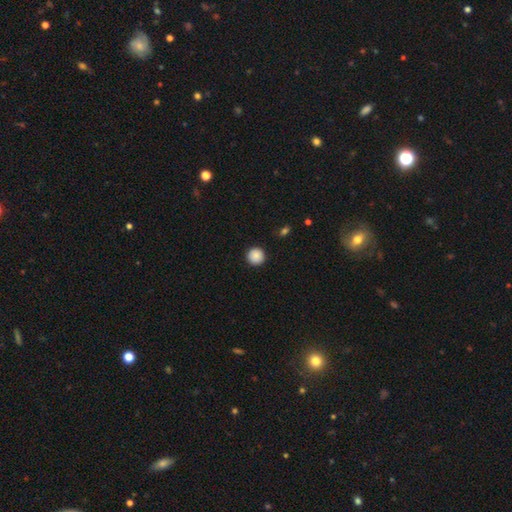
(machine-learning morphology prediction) A smooth galaxy with no disk features (87%) that is round (96%).

Vote fractions:
- Smooth or featured? smooth: 87% / star or artifact: 8% / featured or disk: 5%
- How rounded? round: 96% / in between: 3% / cigar-shaped: 1%
- Merging? none: 92% / minor disturbance: 5% / major disturbance: 2% / merger: 1%